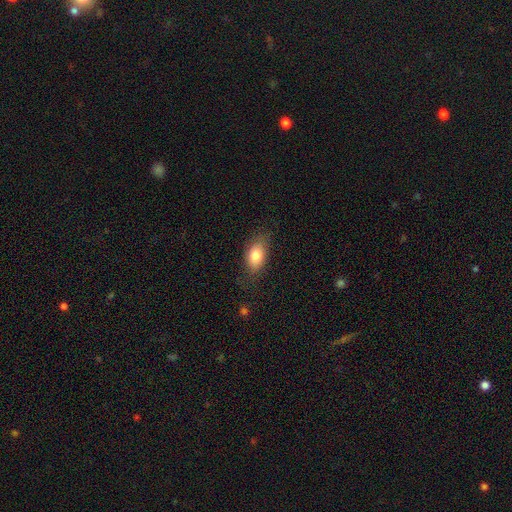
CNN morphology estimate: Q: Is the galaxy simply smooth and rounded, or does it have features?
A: smooth — 80%.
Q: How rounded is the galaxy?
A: in between — 87%.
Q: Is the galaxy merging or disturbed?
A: none — 75%.